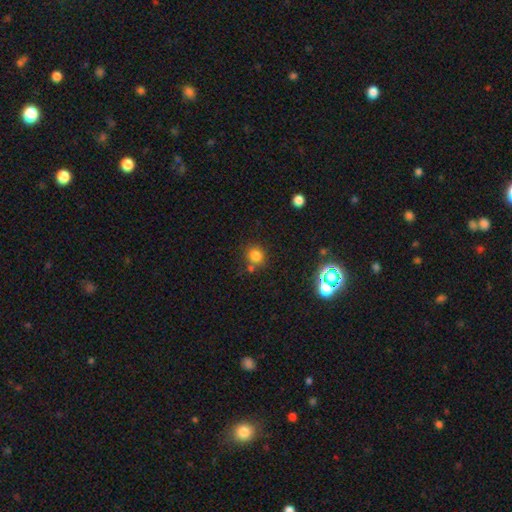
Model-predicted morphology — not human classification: A smooth galaxy with no disk features (79%) that is round (87%). Merging: none (70%).